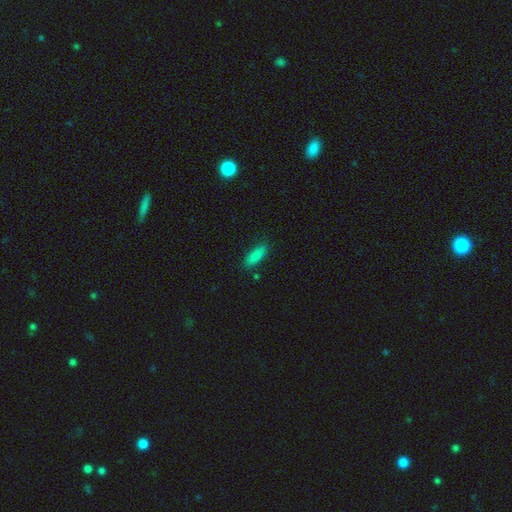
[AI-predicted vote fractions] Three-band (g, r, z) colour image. It shows a smooth galaxy with no disk features (87%) that is in between round and cigar-shaped (55%). Merging: none (84%).